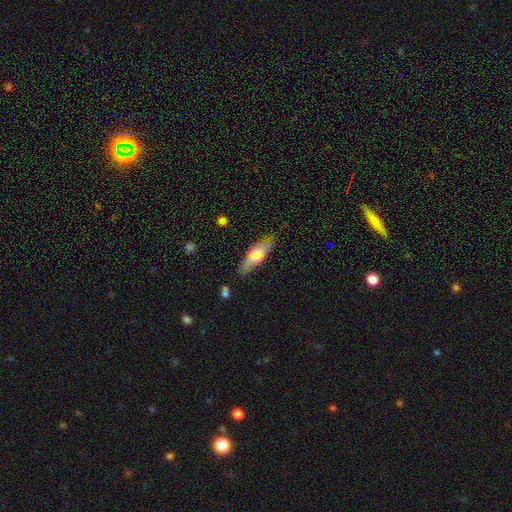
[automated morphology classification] smooth_or_featured: smooth (p=0.63) [alt: featured or disk p=0.23]
how_rounded: in between (p=0.65) [alt: cigar-shaped p=0.32]
merging: none (p=0.84) [alt: minor disturbance p=0.11]